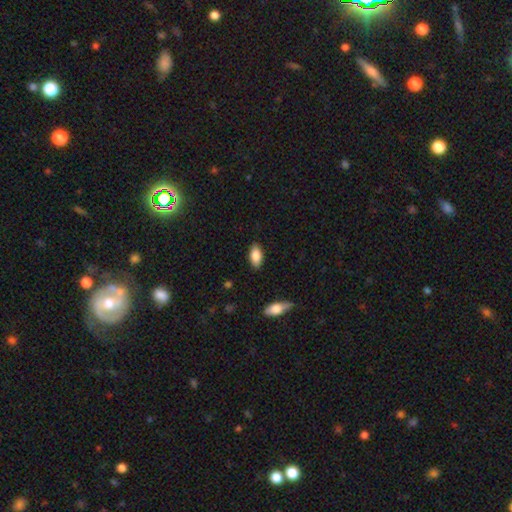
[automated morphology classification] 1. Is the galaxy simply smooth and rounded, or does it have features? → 83% smooth, 10% featured or disk, 7% star or artifact.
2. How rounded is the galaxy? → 90% in between, 7% cigar-shaped, 3% round.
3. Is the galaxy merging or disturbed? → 87% none, 10% minor disturbance, 2% major disturbance, 1% merger.